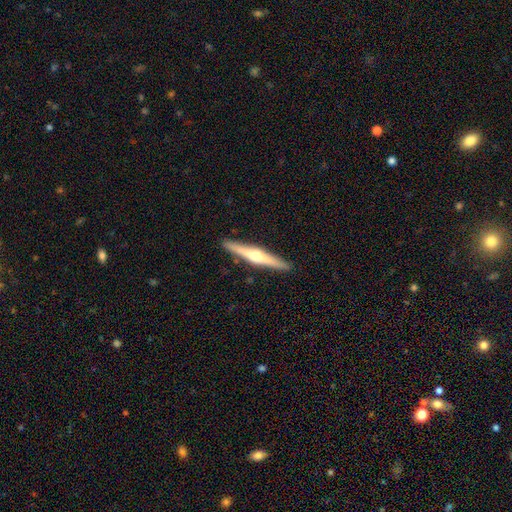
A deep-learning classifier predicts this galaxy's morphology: A featured or disk galaxy (72%) viewed edge-on (98%) with a rounded central bulge (93%).

Vote fractions:
- Smooth or featured? featured or disk: 72% / smooth: 23% / star or artifact: 5%
- Edge-on disk? yes: 98% / no: 2%
- Edge-on bulge? rounded: 93% / none: 4% / boxy: 3%
- Merging? none: 92% / minor disturbance: 6% / major disturbance: 1% / merger: 1%